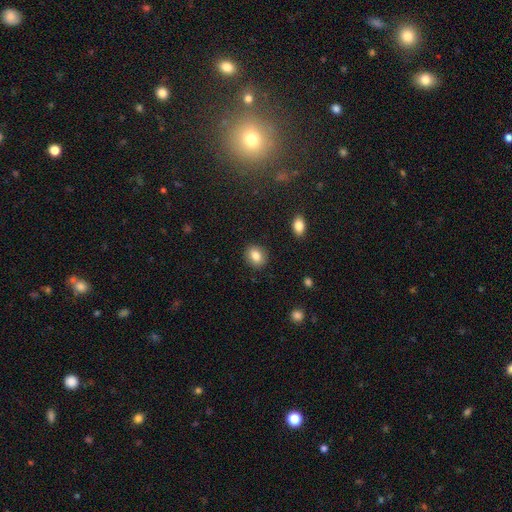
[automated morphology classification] This appears to be a smooth galaxy with no disk features (84%) that is in between round and cigar-shaped (51%). Merging: none (88%).